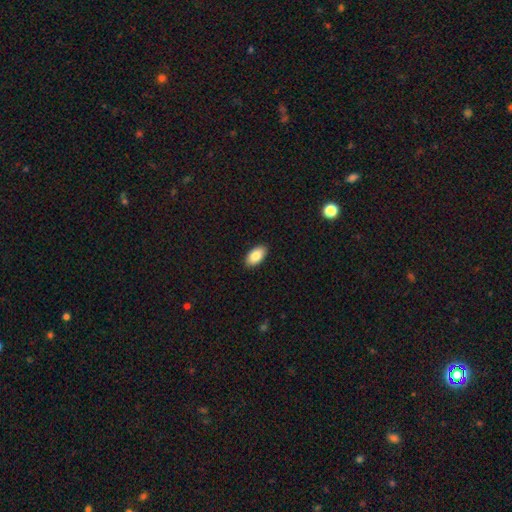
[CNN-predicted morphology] Smooth or featured? smooth (87%)
How rounded? in between (94%)
Merging? none (90%)